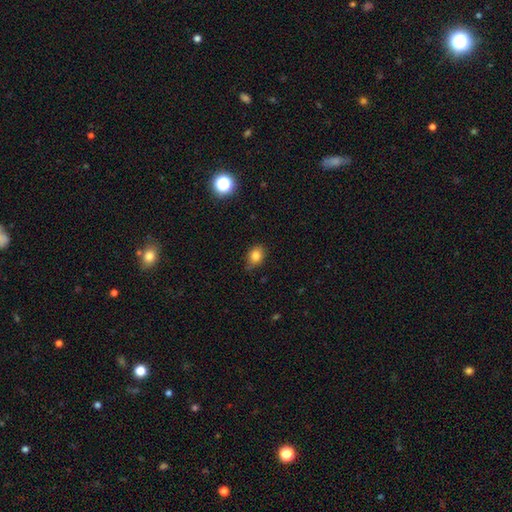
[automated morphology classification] smooth-or-featured: smooth: 82% | star or artifact: 11% | featured or disk: 7%
  how-rounded: in between: 61% | round: 38% | cigar-shaped: 1%
  merging: none: 76% | minor disturbance: 20% | major disturbance: 3% | merger: 1%